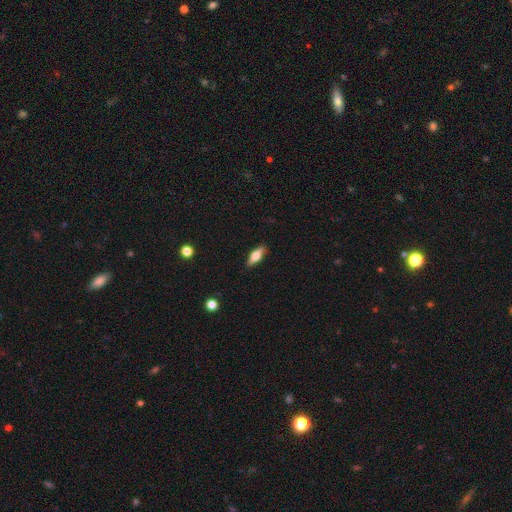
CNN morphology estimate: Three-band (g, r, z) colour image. It shows a smooth galaxy with no disk features (53%) that is in between round and cigar-shaped (58%). Merging: none (87%).